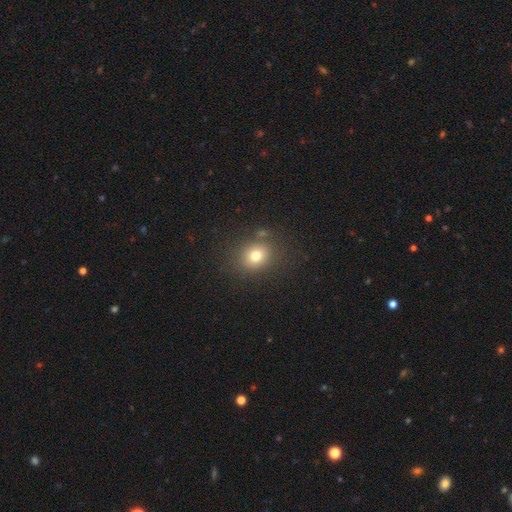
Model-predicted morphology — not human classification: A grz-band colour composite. It shows a smooth galaxy with no disk features (76%) that is round (69%). Merging: none (81%).